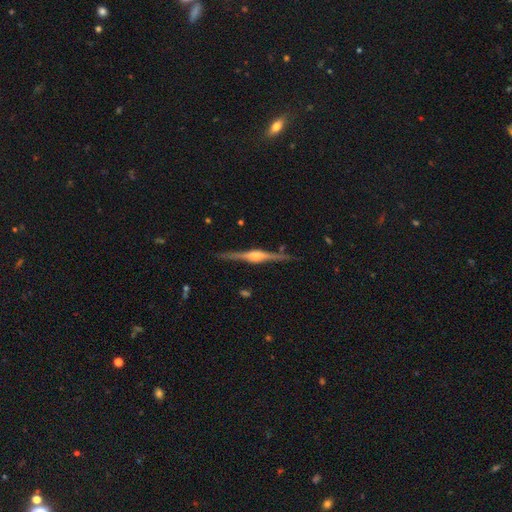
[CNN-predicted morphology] This is clearly a featured or disk galaxy (85%). It is clearly viewed edge-on (98%). Edge-on bulge: clearly rounded (85%). Merging: clearly none (88%).